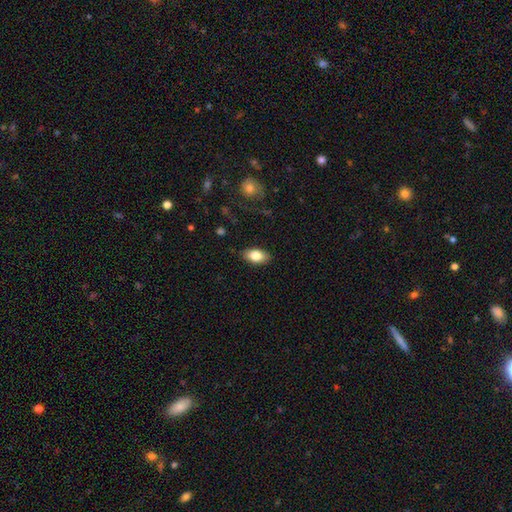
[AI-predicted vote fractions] Smooth or featured: smooth — 81% (featured or disk — 12%)
How rounded: in between — 91% (round — 6%)
Merging: none — 86% (minor disturbance — 11%)